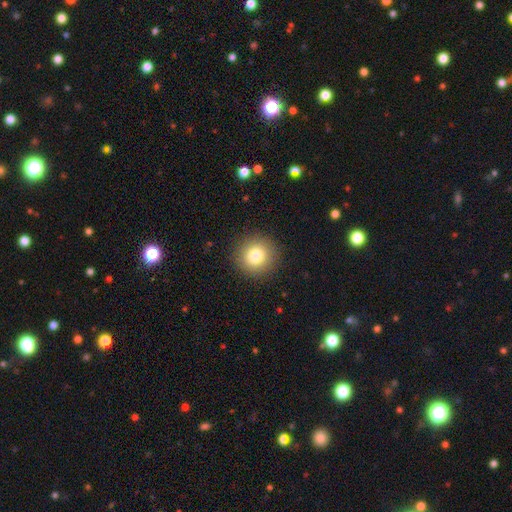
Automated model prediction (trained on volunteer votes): Smooth or featured: smooth — 81% (star or artifact — 11%)
How rounded: round — 94% (in between — 5%)
Merging: none — 91% (minor disturbance — 6%)